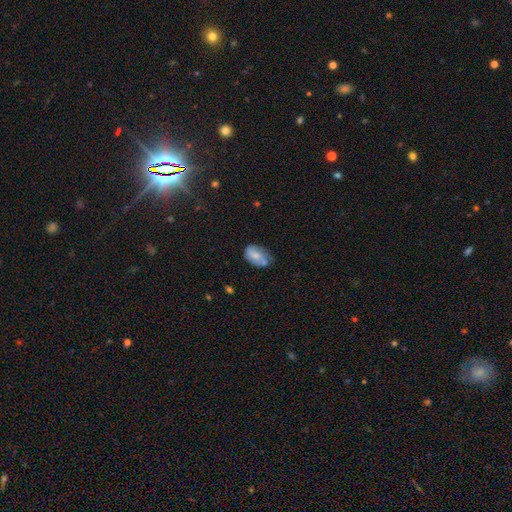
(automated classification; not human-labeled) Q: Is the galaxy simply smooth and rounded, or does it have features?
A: smooth — 67%.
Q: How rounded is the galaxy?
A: in between — 90%.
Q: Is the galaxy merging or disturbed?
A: none — 44%.